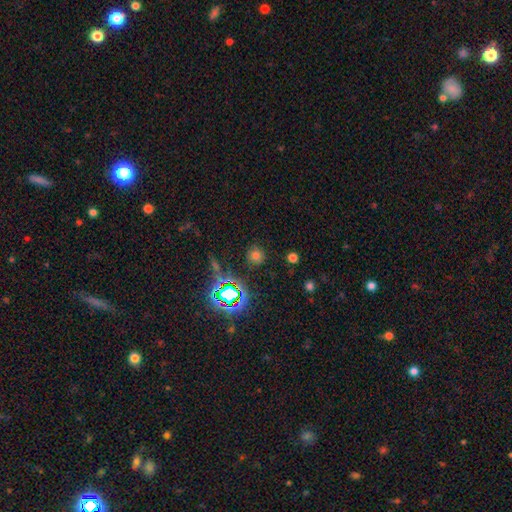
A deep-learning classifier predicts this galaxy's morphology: Overall: smooth (64%; star or artifact 29%). How rounded: round (90%). Merging: none (85%).